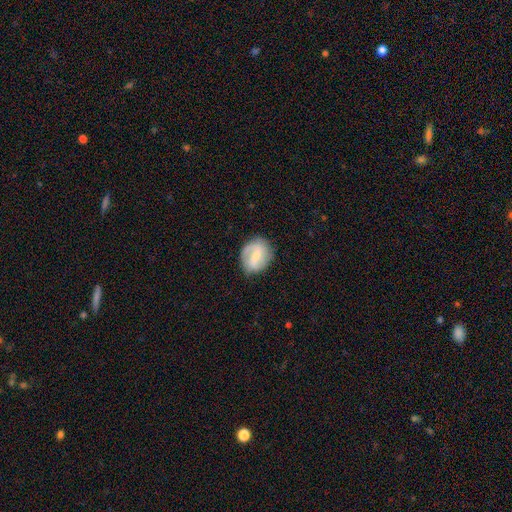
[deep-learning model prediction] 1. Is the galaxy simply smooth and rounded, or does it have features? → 66% featured or disk, 28% smooth, 6% star or artifact.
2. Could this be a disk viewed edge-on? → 97% no, 3% yes.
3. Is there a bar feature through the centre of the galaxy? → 52% weak, 25% strong, 24% no.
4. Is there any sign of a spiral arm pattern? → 87% yes, 13% no.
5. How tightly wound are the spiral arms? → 42% medium, 37% loose, 21% tight.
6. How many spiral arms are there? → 76% 2, 10% 1, 9% can't tell, 2% 3, 1% 4, 1% more than 4.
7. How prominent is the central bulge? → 57% small, 33% moderate, 6% none, 2% large, 1% dominant.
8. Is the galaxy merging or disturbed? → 76% none, 17% minor disturbance, 6% major disturbance, 1% merger.